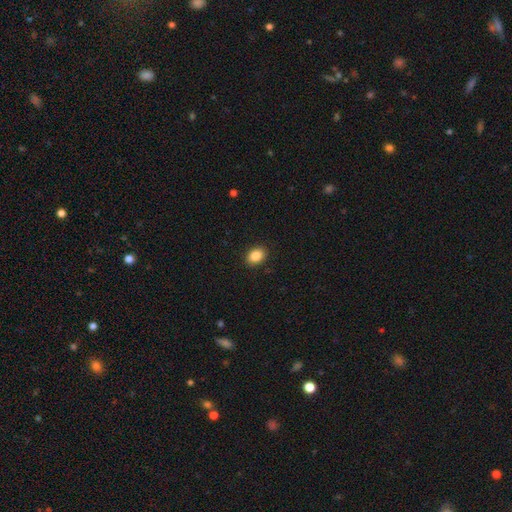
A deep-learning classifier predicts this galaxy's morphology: This appears to be a smooth galaxy with no disk features (87%) that is in between round and cigar-shaped (73%). Merging: none (90%).